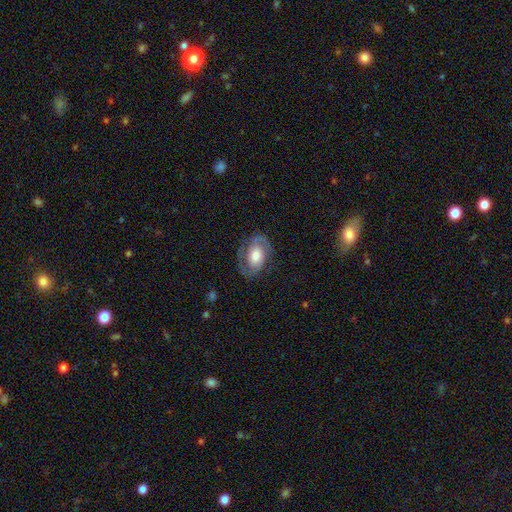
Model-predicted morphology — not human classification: Smooth or featured?
  - featured or disk: 69% *
  - smooth: 24%
  - star or artifact: 6%
Edge-on disk?
  - no: 96% *
  - yes: 4%
Bar?
  - no: 64% *
  - weak: 28%
  - strong: 8%
Spiral arms?
  - yes: 84% *
  - no: 16%
Spiral winding?
  - medium: 45% *
  - tight: 37%
  - loose: 18%
Spiral arm count?
  - 2: 83% *
  - can't tell: 9%
  - 1: 5%
  - 3: 2%
  - 4: 1%
  - more than 4: 1%
Bulge size?
  - moderate: 48% *
  - large: 37%
  - small: 9%
  - dominant: 4%
  - none: 2%
Merging?
  - none: 72% *
  - minor disturbance: 18%
  - major disturbance: 9%
  - merger: 1%